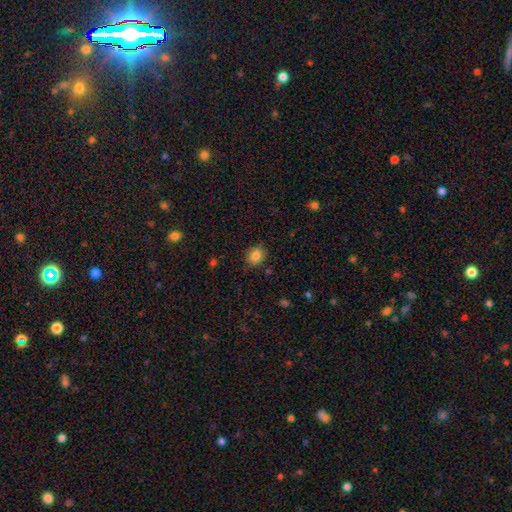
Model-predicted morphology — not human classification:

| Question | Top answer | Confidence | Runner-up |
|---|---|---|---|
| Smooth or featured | smooth | 84% | star or artifact (10%) |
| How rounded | round | 64% | in between (35%) |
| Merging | none | 85% | minor disturbance (11%) |